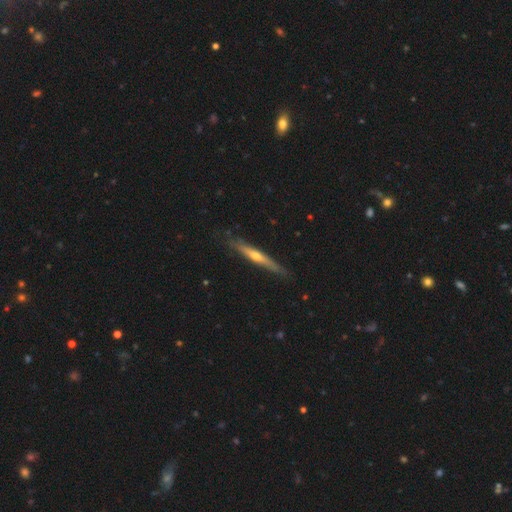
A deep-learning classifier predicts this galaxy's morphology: A featured or disk galaxy (65%) viewed edge-on (95%) with a rounded central bulge (78%).

Vote fractions:
- Smooth or featured? featured or disk: 65% / smooth: 30% / star or artifact: 5%
- Edge-on disk? yes: 95% / no: 5%
- Edge-on bulge? rounded: 78% / none: 18% / boxy: 3%
- Merging? none: 83% / minor disturbance: 13% / major disturbance: 2% / merger: 1%